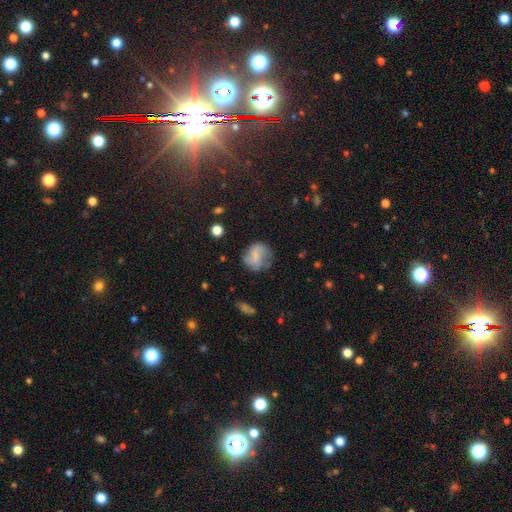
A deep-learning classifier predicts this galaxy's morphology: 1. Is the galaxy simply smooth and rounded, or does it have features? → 52% smooth, 38% featured or disk, 10% star or artifact.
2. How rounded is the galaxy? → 73% round, 25% in between, 2% cigar-shaped.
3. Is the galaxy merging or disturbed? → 55% none, 26% minor disturbance, 16% major disturbance, 3% merger.